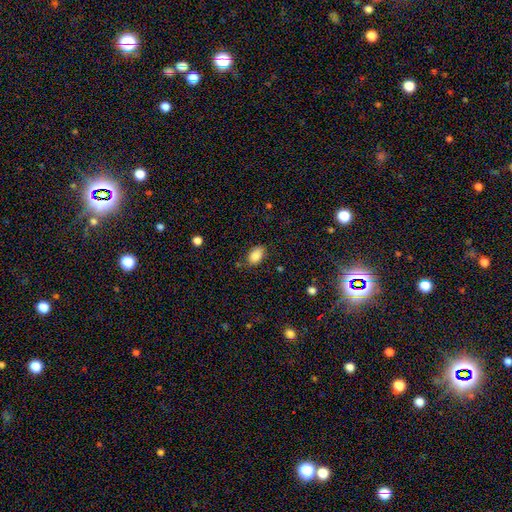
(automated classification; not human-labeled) Morphology: type=smooth (87%); roundness=in between (90%); merging=none (80%).